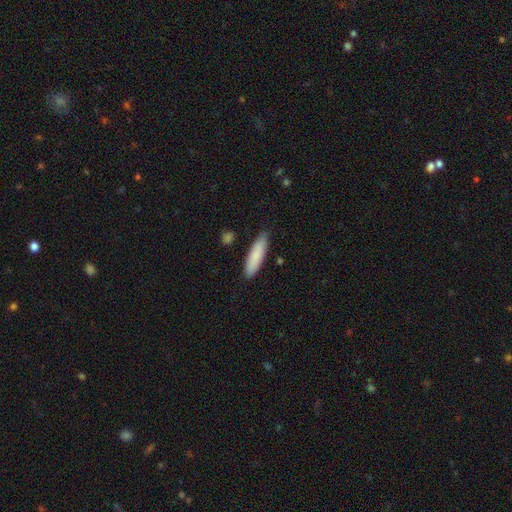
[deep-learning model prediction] Q: Smooth or featured?
A: smooth (85%); runner-up: featured or disk (9%)
Q: How rounded?
A: cigar-shaped (67%); runner-up: in between (31%)
Q: Merging?
A: none (84%); runner-up: minor disturbance (12%)